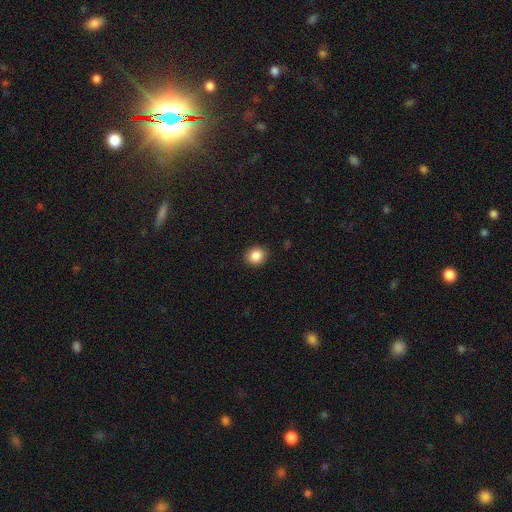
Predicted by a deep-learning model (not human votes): Q: Smooth or featured?
A: smooth (86%); runner-up: star or artifact (9%)
Q: How rounded?
A: round (79%); runner-up: in between (21%)
Q: Merging?
A: none (90%); runner-up: minor disturbance (7%)